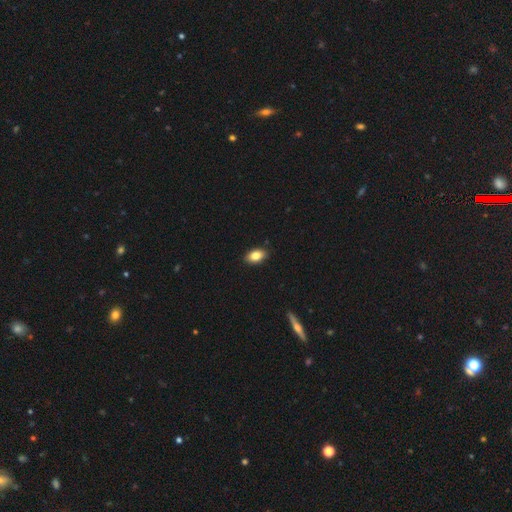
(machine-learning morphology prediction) smooth_or_featured: smooth (p=0.84) [alt: featured or disk p=0.08]
how_rounded: in between (p=0.91) [alt: round p=0.07]
merging: none (p=0.89) [alt: minor disturbance p=0.08]